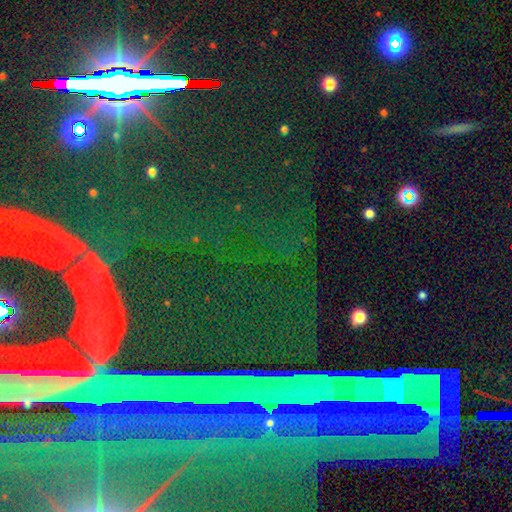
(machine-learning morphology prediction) Smooth or featured?
  - star or artifact: 78% *
  - featured or disk: 12%
  - smooth: 10%